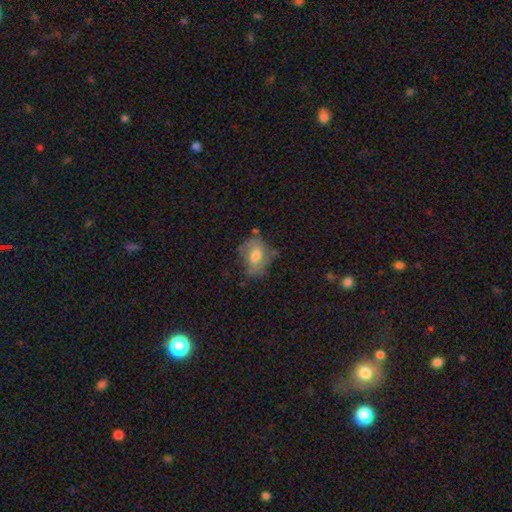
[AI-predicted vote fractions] Smooth or featured? Predicted: smooth (p=0.54). How rounded? Predicted: in between (p=0.71). Merging? Predicted: none (p=0.55).